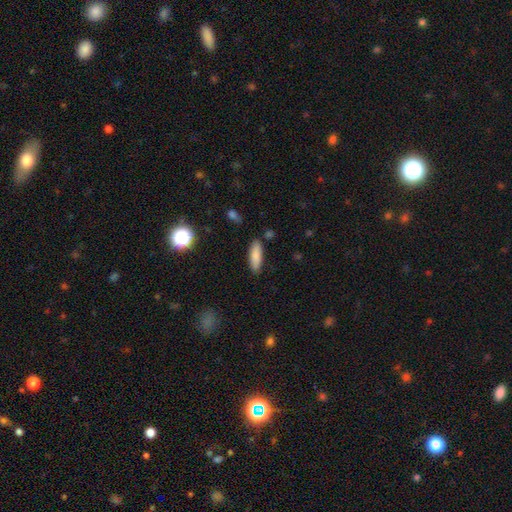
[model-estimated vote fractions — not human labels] This appears to be a smooth galaxy with no disk features (85%) that is in between round and cigar-shaped (52%). Merging: none (85%).